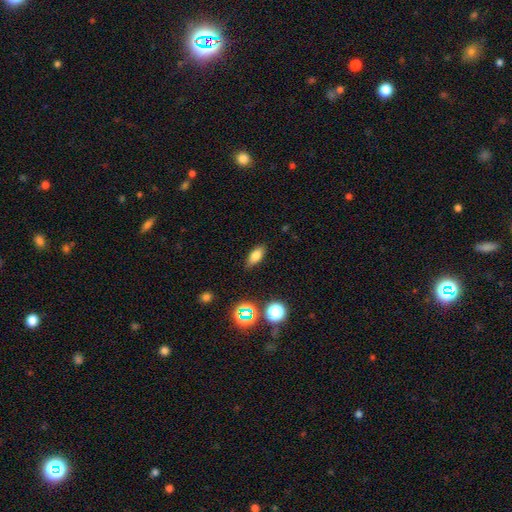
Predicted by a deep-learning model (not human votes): A smooth galaxy with no disk features (75%) that is in between round and cigar-shaped (76%).

Vote fractions:
- Smooth or featured? smooth: 75% / star or artifact: 13% / featured or disk: 12%
- How rounded? in between: 76% / cigar-shaped: 18% / round: 6%
- Merging? none: 84% / minor disturbance: 12% / major disturbance: 3% / merger: 2%